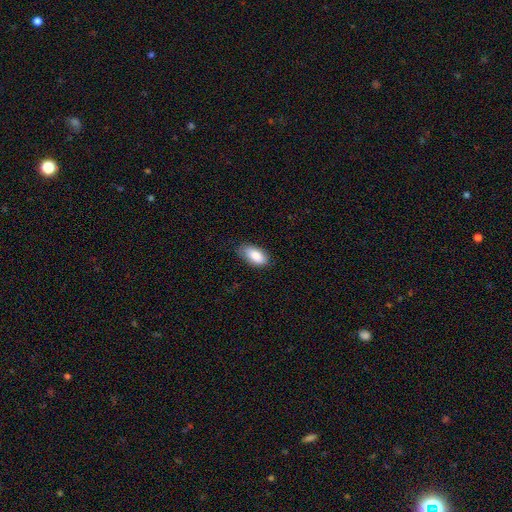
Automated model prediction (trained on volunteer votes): smooth-or-featured: smooth: 85% | featured or disk: 9% | star or artifact: 6%
  how-rounded: in between: 93% | cigar-shaped: 4% | round: 3%
  merging: none: 77% | minor disturbance: 19% | major disturbance: 3% | merger: 1%